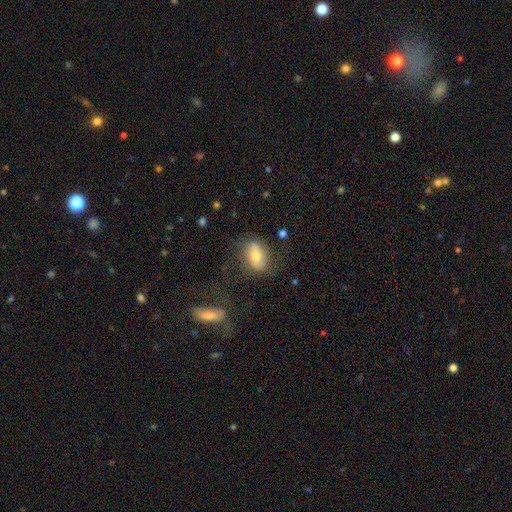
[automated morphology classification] This appears to be a smooth galaxy with no disk features (53%) that is in between round and cigar-shaped (75%). Merging: none (69%).